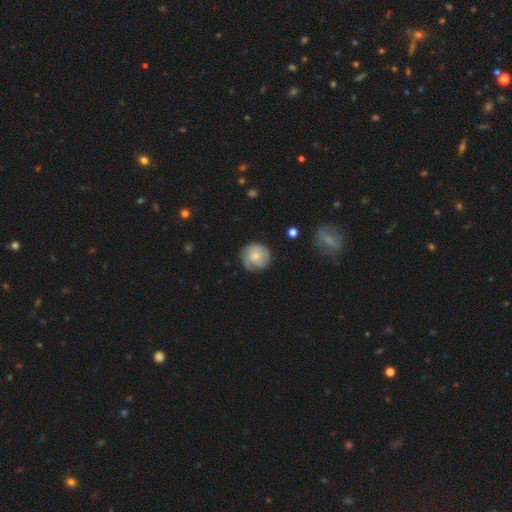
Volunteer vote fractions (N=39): Smooth or featured?
  - smooth: 51% *
  - featured or disk: 46%
  - star or artifact: 3%
How rounded?
  - round: 95% *
  - in between: 5%
  - cigar-shaped: 0%
Merging?
  - none: 63% *
  - minor disturbance: 26%
  - major disturbance: 8%
  - merger: 3%